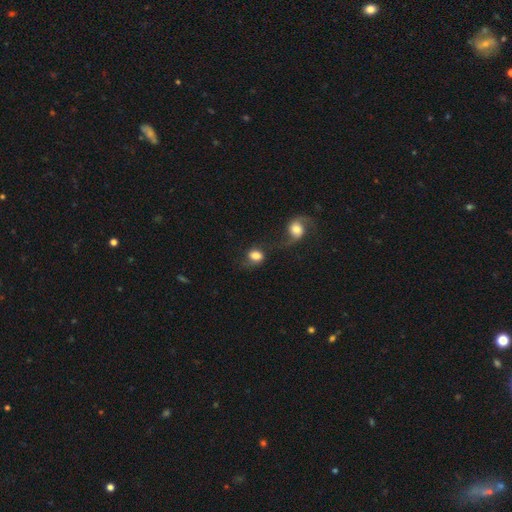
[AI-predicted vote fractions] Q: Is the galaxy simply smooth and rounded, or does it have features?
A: smooth — 72%.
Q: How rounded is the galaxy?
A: round — 52%.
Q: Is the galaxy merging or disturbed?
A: none — 38%.